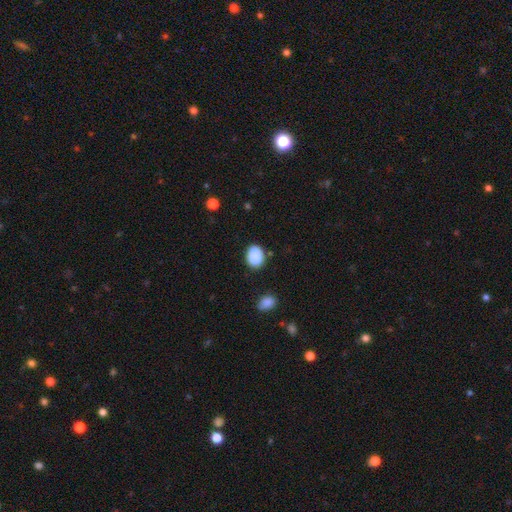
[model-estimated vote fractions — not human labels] This appears to be a smooth galaxy with no disk features (87%) that is in between round and cigar-shaped (62%). Merging: none (77%).